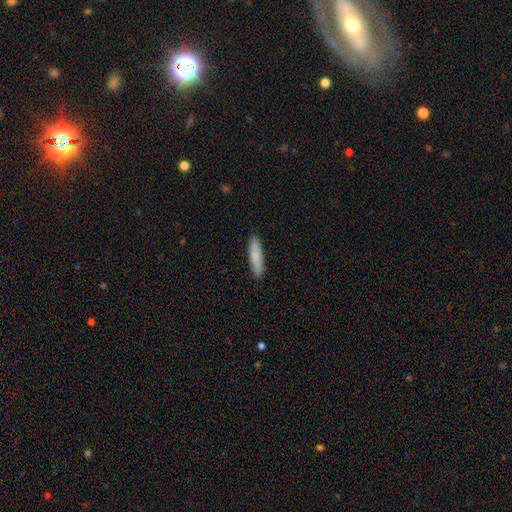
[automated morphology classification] The model was most divided on "how rounded": cigar-shaped: 81%, in between: 18%, round: 1%. More confident: merging — none (90%); smooth or featured — smooth (84%).